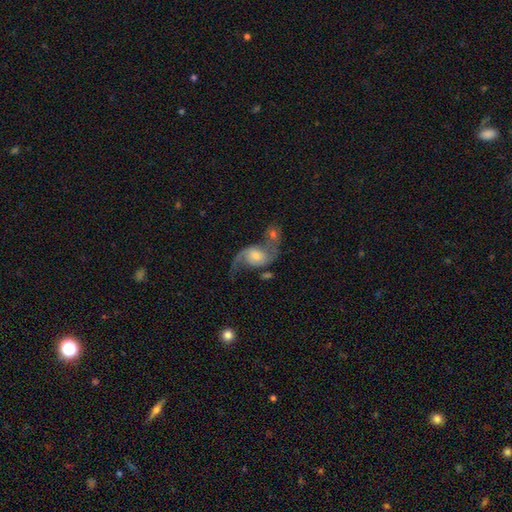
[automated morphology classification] type=featured or disk (79%); edge-on=no (97%); bar=no (60%); spiral arms=yes (93%); winding=loose (75%); arm count=2 (86%); bulge=moderate (51%); merging=none (36%).